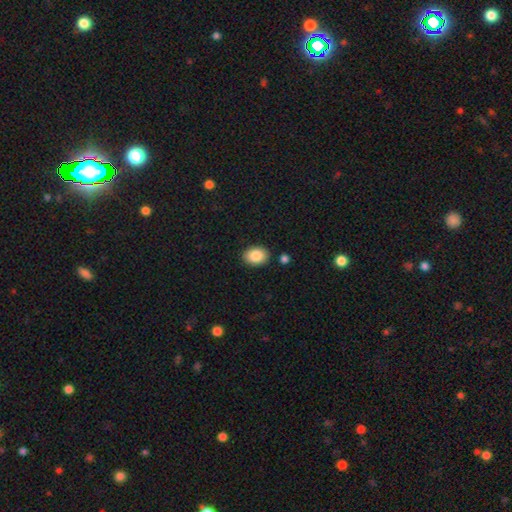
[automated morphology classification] Overall: smooth (87%). How rounded: in between (75%). Merging: none (88%).